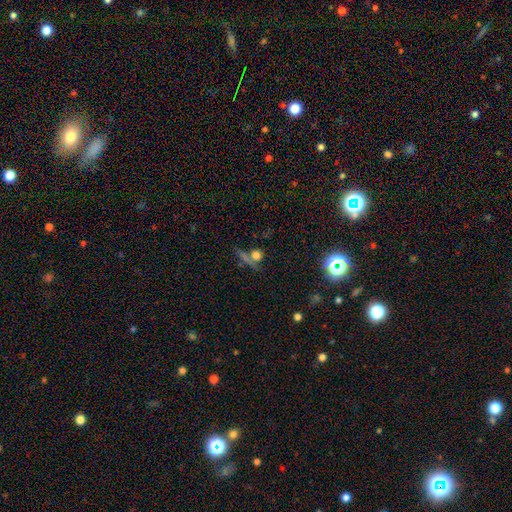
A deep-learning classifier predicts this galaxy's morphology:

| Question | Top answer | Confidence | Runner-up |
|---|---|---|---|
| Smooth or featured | smooth | 62% | star or artifact (26%) |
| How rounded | round | 74% | in between (17%) |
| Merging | none | 57% | merger (21%) |